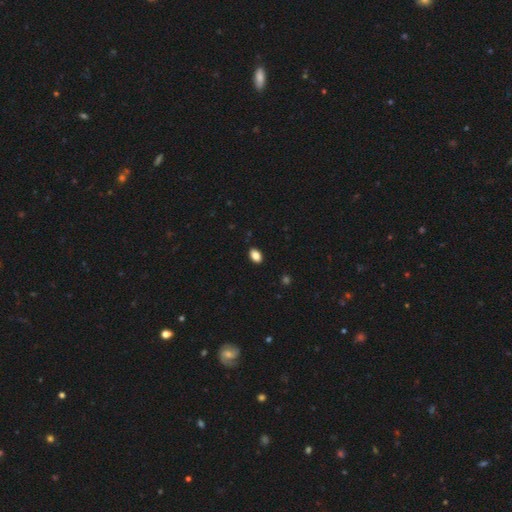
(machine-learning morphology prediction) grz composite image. It shows a smooth galaxy with no disk features (86%) that is in between round and cigar-shaped (87%). Merging: none (89%).